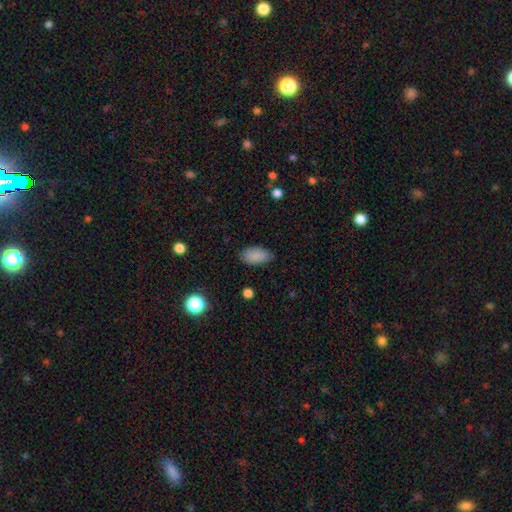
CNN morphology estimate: A smooth galaxy with no disk features (87%) that is in between round and cigar-shaped (93%). Merging: none (79%).